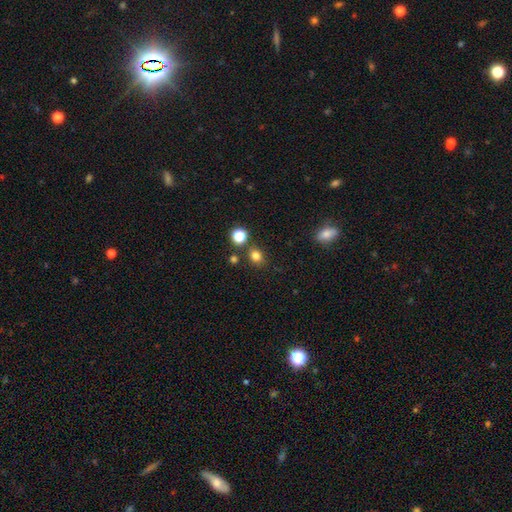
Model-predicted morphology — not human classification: Smooth or featured?
  - smooth: 79% *
  - star or artifact: 16%
  - featured or disk: 5%
How rounded?
  - round: 68% *
  - in between: 31%
  - cigar-shaped: 1%
Merging?
  - none: 79% *
  - minor disturbance: 10%
  - merger: 8%
  - major disturbance: 3%